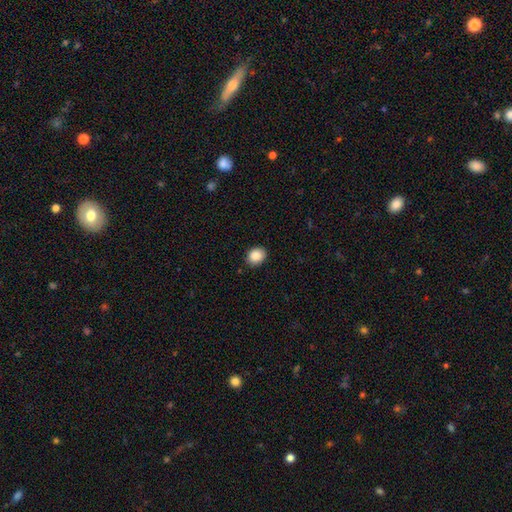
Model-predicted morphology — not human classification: smooth_or_featured: smooth (p=0.88) [alt: star or artifact p=0.08]
how_rounded: round (p=0.55) [alt: in between p=0.45]
merging: none (p=0.88) [alt: minor disturbance p=0.09]